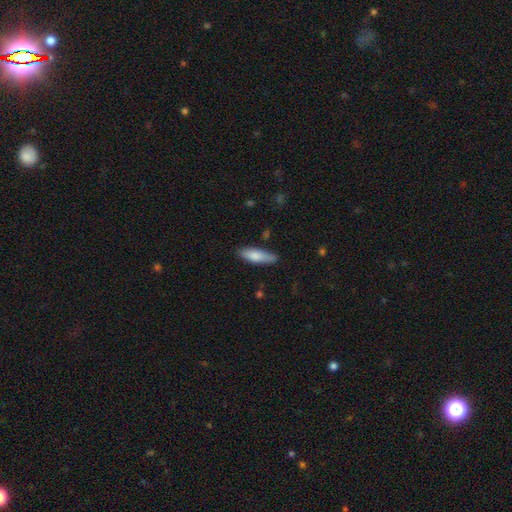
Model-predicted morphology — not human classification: Overall: smooth (78%). How rounded: cigar-shaped (52%; in between 46%). Merging: none (81%).